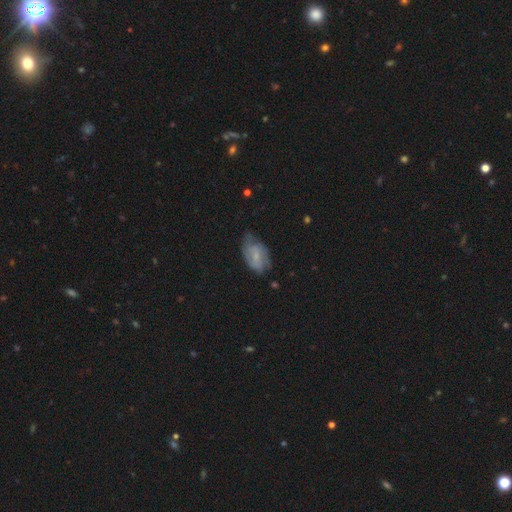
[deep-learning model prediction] Q: Smooth or featured?
A: featured or disk (50%); runner-up: smooth (42%)
Q: Edge-on disk?
A: no (95%); runner-up: yes (5%)
Q: Merging?
A: none (54%); runner-up: minor disturbance (32%)